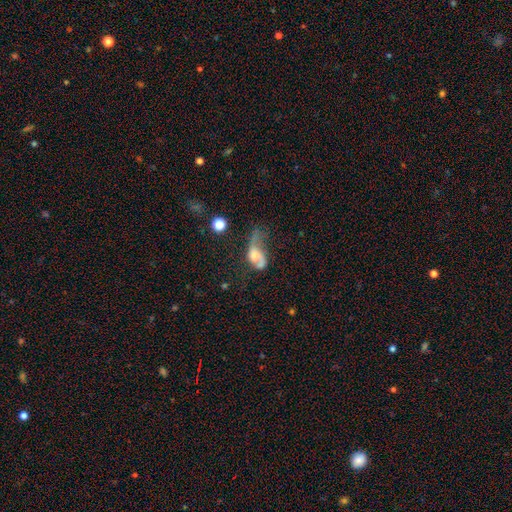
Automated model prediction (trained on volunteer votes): Smooth or featured? featured or disk (52%)
Edge-on disk? no (93%)
Merging? major disturbance (49%)